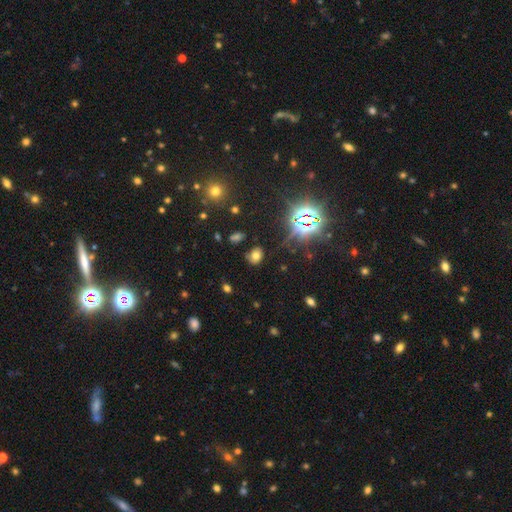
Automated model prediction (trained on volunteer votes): Q: Smooth or featured?
A: smooth (60%); runner-up: star or artifact (29%)
Q: How rounded?
A: in between (55%); runner-up: round (44%)
Q: Merging?
A: none (79%); runner-up: minor disturbance (13%)